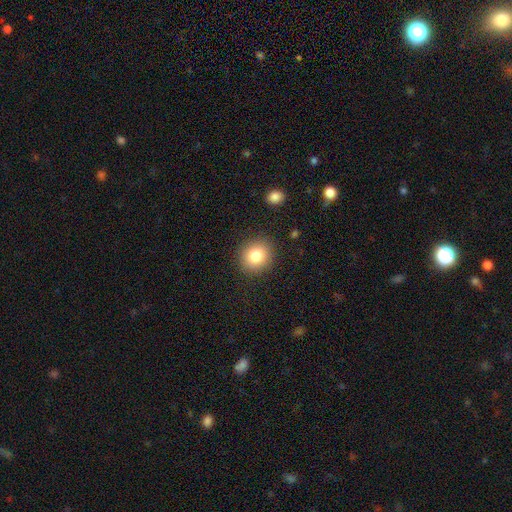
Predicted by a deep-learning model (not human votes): Smooth or featured? Predicted: smooth (p=0.83). How rounded? Predicted: round (p=0.79). Merging? Predicted: none (p=0.88).